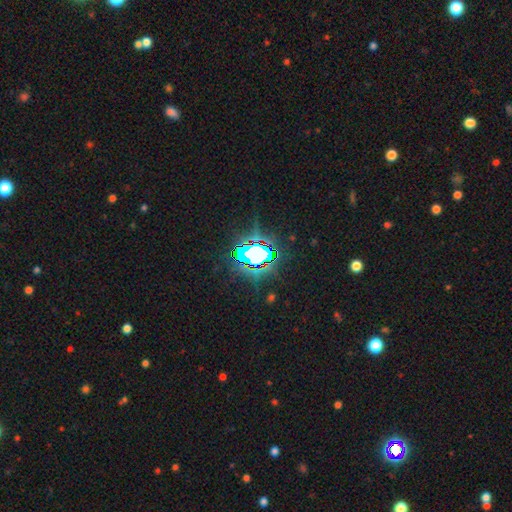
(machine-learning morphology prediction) This appears to be a star or artifact, not a galaxy (69%).